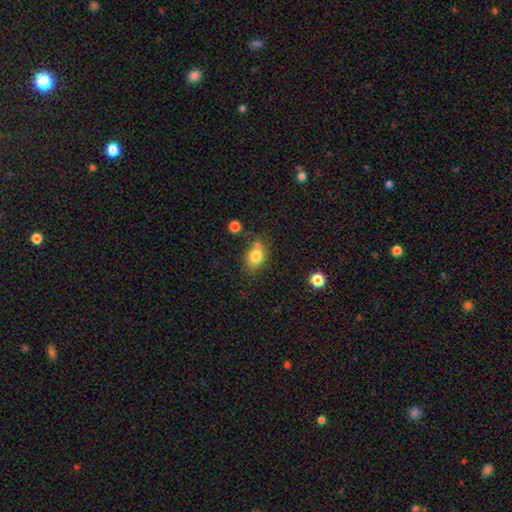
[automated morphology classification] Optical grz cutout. It shows a smooth galaxy with no disk features (81%) that is in between round and cigar-shaped (60%). Merging: none (61%).